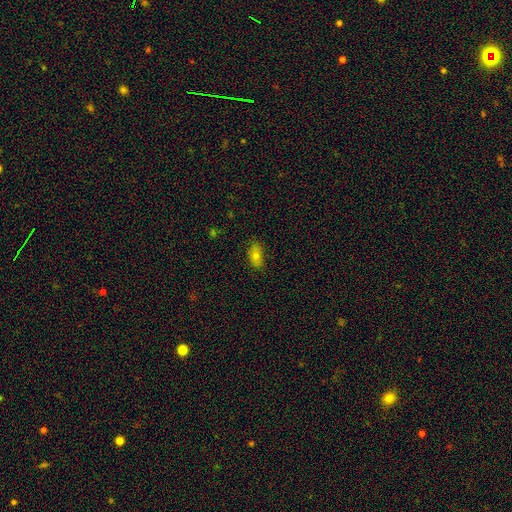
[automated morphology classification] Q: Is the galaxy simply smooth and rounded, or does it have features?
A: smooth — 76%.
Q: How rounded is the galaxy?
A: in between — 88%.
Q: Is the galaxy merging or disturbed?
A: none — 83%.